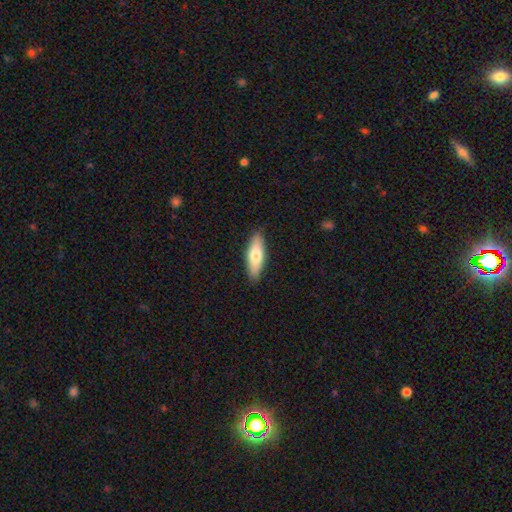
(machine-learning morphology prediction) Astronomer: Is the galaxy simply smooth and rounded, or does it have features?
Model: smooth — 68%.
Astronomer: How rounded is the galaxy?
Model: in between — 52% (runner-up: cigar-shaped, 46%).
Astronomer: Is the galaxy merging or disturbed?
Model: none — 89%.